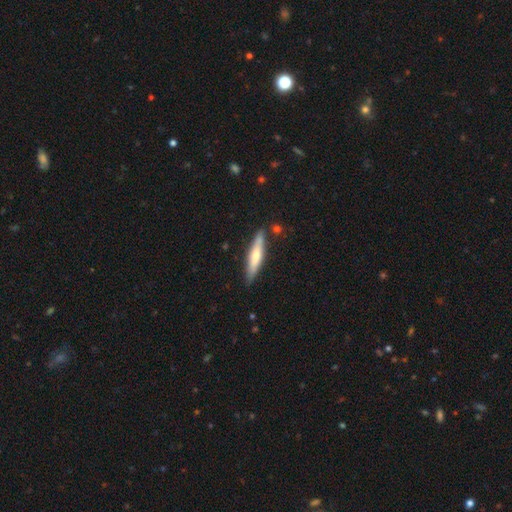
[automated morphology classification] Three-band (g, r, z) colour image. It shows a smooth galaxy with no disk features (57%) that is cigar-shaped (83%). Merging: none (82%).